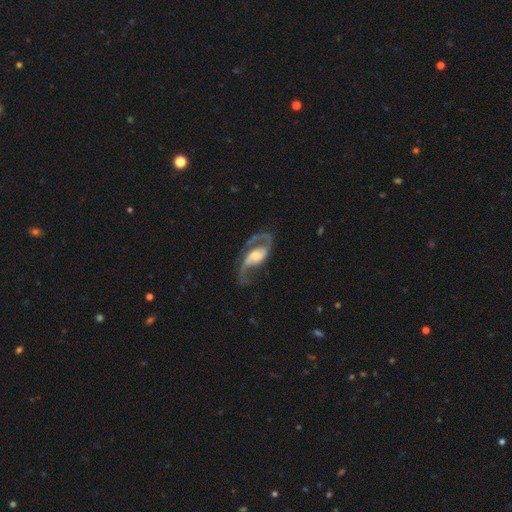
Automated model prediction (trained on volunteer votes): A featured or disk galaxy (88%) with no bar (43%), 2 (89%) loose (48%) spiral arms (96%) and a moderate central bulge (49%).

Vote fractions:
- Smooth or featured? featured or disk: 88% / smooth: 7% / star or artifact: 5%
- Edge-on disk? no: 96% / yes: 4%
- Bar? no: 43% / weak: 38% / strong: 19%
- Spiral arms? yes: 96% / no: 4%
- Spiral winding? loose: 48% / medium: 43% / tight: 9%
- Spiral arm count? 2: 89% / 1: 5% / can't tell: 3% / 3: 1% / 4: 1% / more than 4: 1%
- Bulge size? moderate: 49% / small: 32% / large: 13% / none: 4% / dominant: 2%
- Merging? none: 63% / major disturbance: 18% / minor disturbance: 16% / merger: 3%